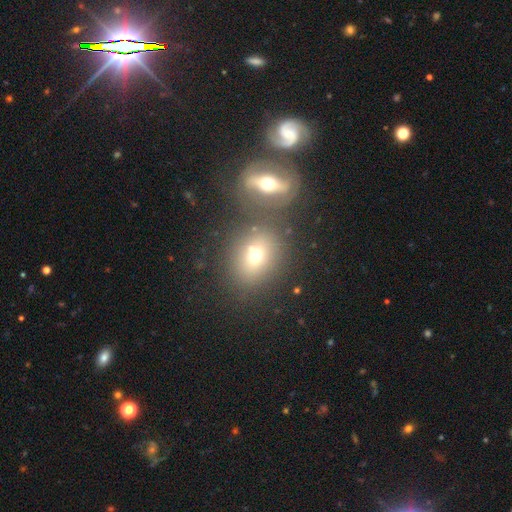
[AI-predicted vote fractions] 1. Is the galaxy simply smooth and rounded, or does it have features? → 66% smooth, 18% featured or disk, 17% star or artifact.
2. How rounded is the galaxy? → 61% round, 38% in between, 1% cigar-shaped.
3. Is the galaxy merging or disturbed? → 58% none, 26% merger, 10% minor disturbance, 6% major disturbance.